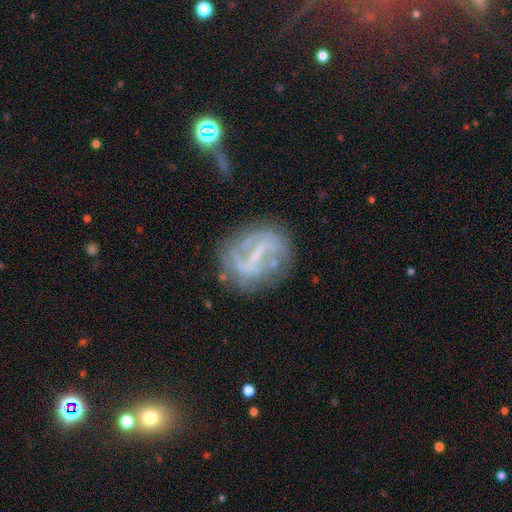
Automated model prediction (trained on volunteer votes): A featured or disk galaxy (75%) with a strong bar (51%), 2 (60%) loose (37%) spiral arms (70%) and no central bulge (48%).

Vote fractions:
- Smooth or featured? featured or disk: 75% / smooth: 15% / star or artifact: 10%
- Edge-on disk? no: 96% / yes: 4%
- Bar? strong: 51% / weak: 34% / no: 15%
- Spiral arms? yes: 70% / no: 30%
- Spiral winding? loose: 37% / medium: 35% / tight: 28%
- Spiral arm count? 2: 60% / can't tell: 25% / 1: 6% / 3: 5% / 4: 2% / more than 4: 2%
- Bulge size? none: 48% / small: 39% / moderate: 10% / large: 2% / dominant: 1%
- Merging? none: 62% / minor disturbance: 19% / major disturbance: 14% / merger: 4%